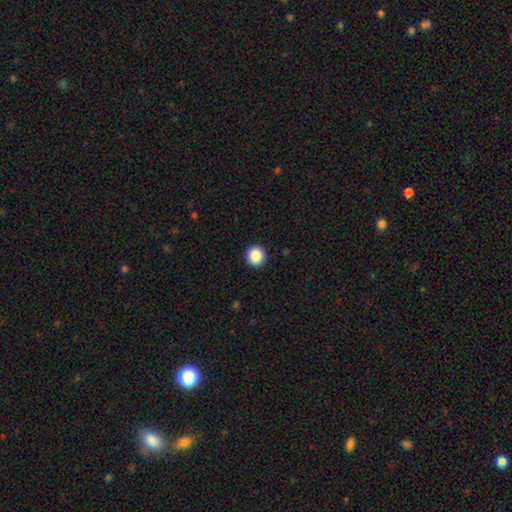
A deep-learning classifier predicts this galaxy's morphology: smooth_or_featured: smooth (p=0.88) [alt: star or artifact p=0.09]
how_rounded: round (p=0.95) [alt: in between p=0.04]
merging: none (p=0.93) [alt: minor disturbance p=0.04]